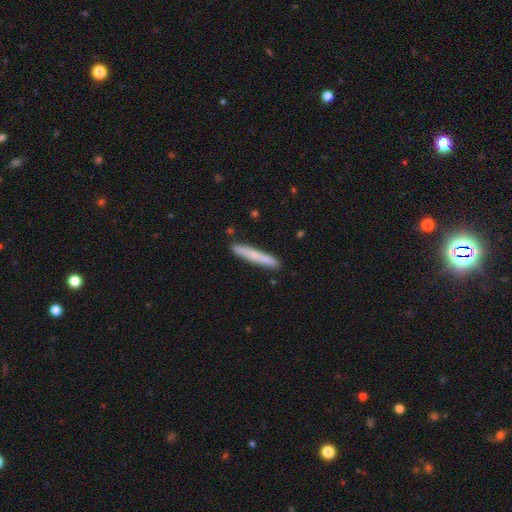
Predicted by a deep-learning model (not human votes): Smooth or featured?
  - smooth: 70% *
  - featured or disk: 24%
  - star or artifact: 6%
How rounded?
  - cigar-shaped: 96% *
  - in between: 3%
  - round: 1%
Merging?
  - none: 88% *
  - minor disturbance: 9%
  - merger: 2%
  - major disturbance: 2%